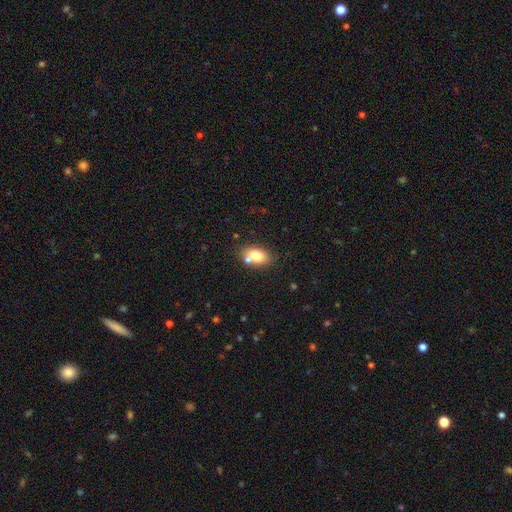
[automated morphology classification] smooth 76%, featured or disk 15%, star or artifact 9%. Down the decision tree: how rounded — in between (86%); merging — none (64%).